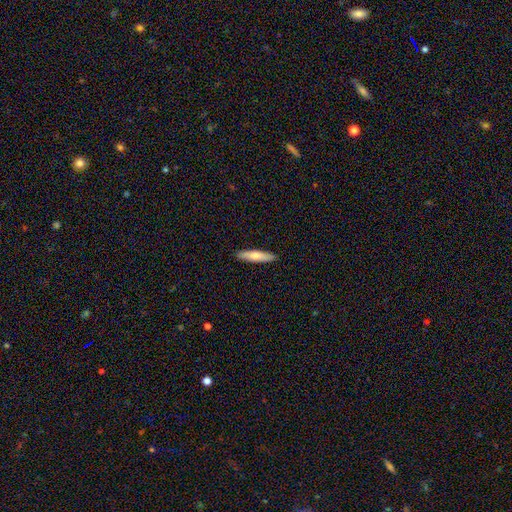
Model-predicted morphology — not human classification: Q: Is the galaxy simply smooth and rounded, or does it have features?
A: smooth — 71%.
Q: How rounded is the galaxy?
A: cigar-shaped — 80%.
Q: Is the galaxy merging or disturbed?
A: none — 91%.